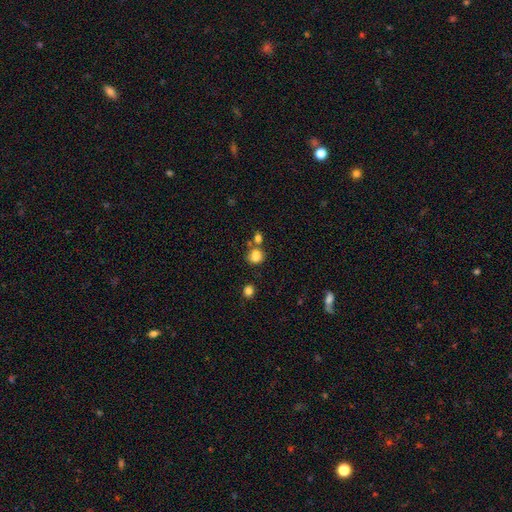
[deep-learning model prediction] Overall: smooth (74%). How rounded: round (70%). Merging: none (42%; merger 41%).